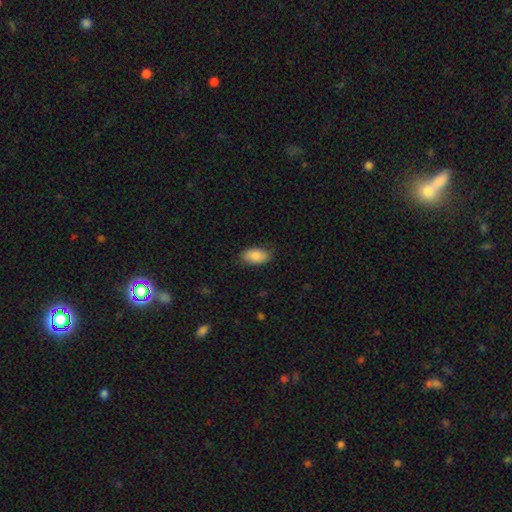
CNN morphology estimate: type=smooth (87%); roundness=in between (94%); merging=none (83%).